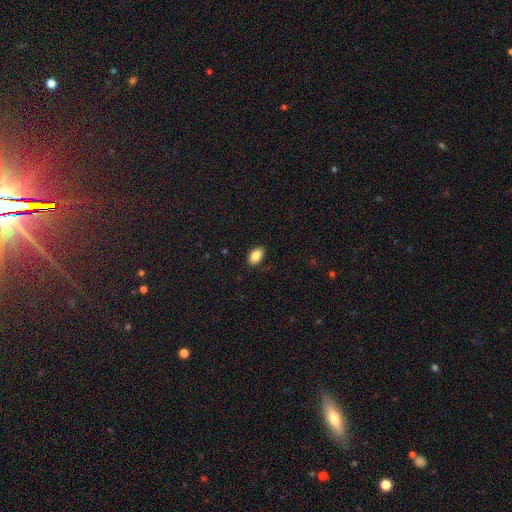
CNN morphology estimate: This is clearly a smooth galaxy (86%). How rounded: clearly in between (90%). Merging: clearly none (87%).